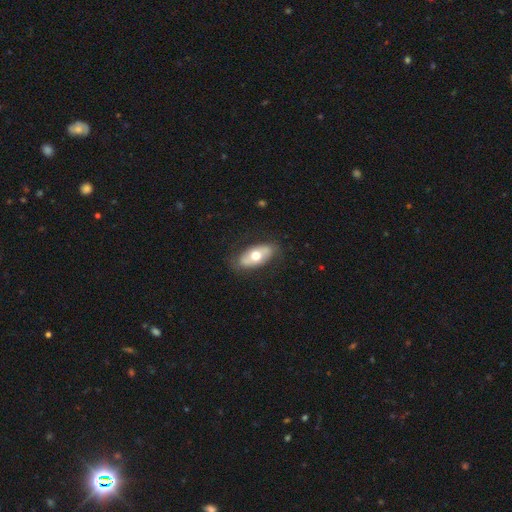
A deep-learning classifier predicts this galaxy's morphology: A smooth galaxy with no disk features (55%) that is in between round and cigar-shaped (90%). Merging: none (81%).